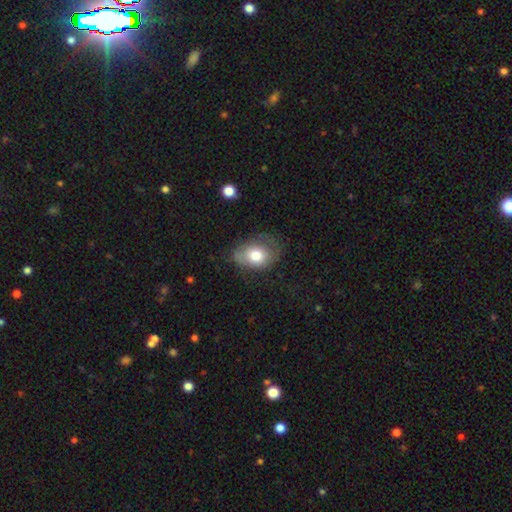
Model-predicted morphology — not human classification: This appears to be a smooth galaxy with no disk features (71%) that is in between round and cigar-shaped (74%). Merging: none (56%).